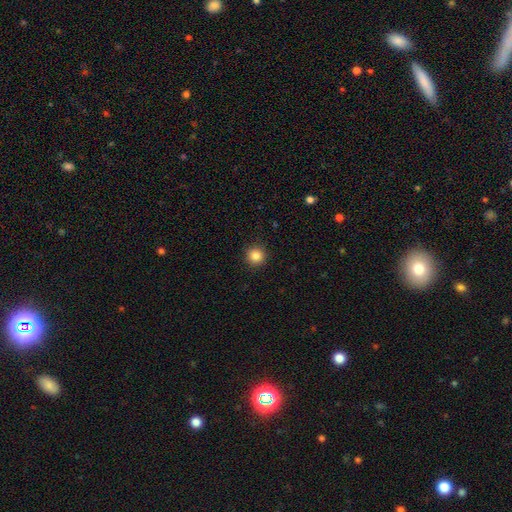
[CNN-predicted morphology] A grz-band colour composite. It shows a smooth galaxy with no disk features (85%) that is round (95%). Merging: none (92%).